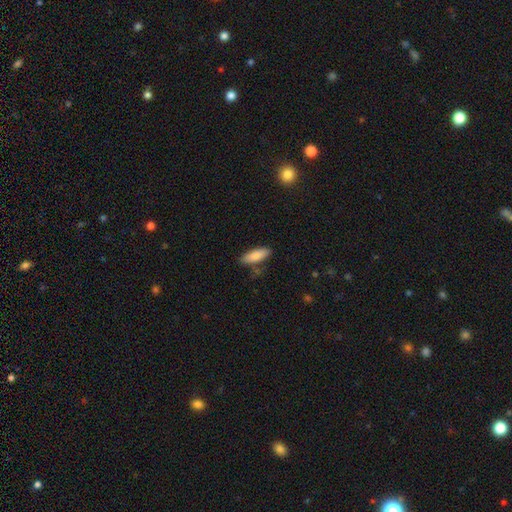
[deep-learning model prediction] This appears to be a smooth galaxy with no disk features (84%) that is in between round and cigar-shaped (59%). Merging: none (76%).